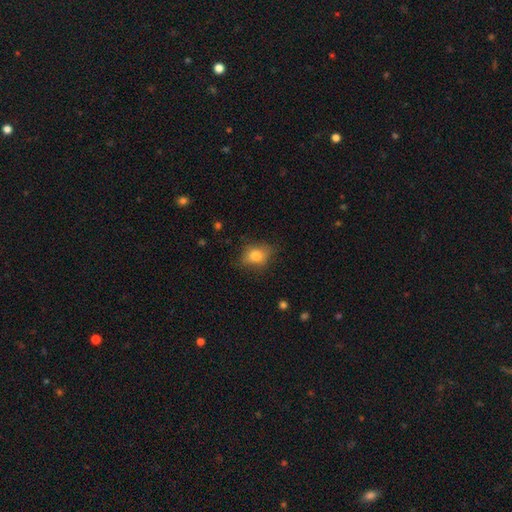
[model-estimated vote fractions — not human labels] A smooth galaxy with no disk features (79%) that is in between round and cigar-shaped (57%).

Vote fractions:
- Smooth or featured? smooth: 79% / featured or disk: 12% / star or artifact: 9%
- How rounded? in between: 57% / round: 41% / cigar-shaped: 2%
- Merging? none: 70% / minor disturbance: 23% / major disturbance: 6% / merger: 1%